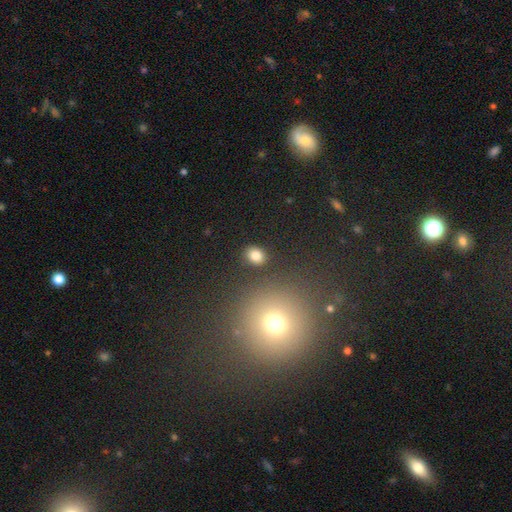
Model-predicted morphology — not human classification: Smooth or featured: smooth — 83% (star or artifact — 12%)
How rounded: round — 53% (in between — 46%)
Merging: none — 86% (minor disturbance — 8%)